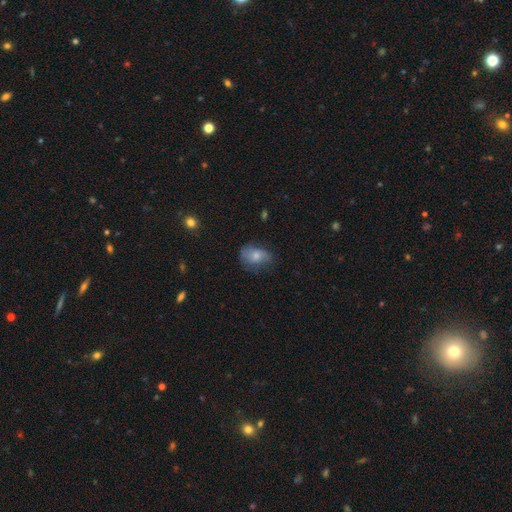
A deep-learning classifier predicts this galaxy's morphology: smooth-or-featured: smooth: 68% | featured or disk: 23% | star or artifact: 9%
  how-rounded: in between: 73% | round: 25% | cigar-shaped: 2%
  merging: none: 53% | minor disturbance: 32% | major disturbance: 14% | merger: 2%